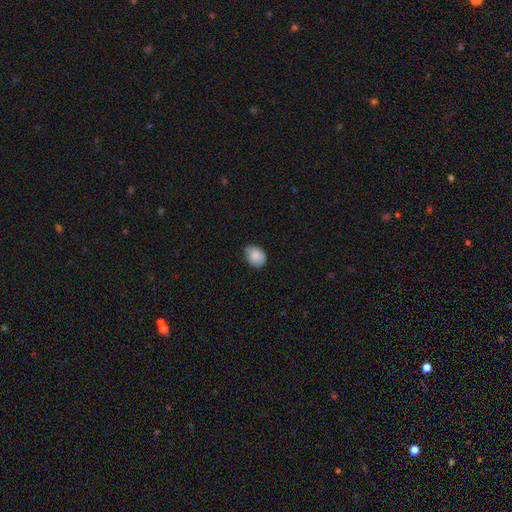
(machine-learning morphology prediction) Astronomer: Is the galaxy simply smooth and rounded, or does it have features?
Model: smooth — 85%.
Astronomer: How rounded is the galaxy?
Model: in between — 63%.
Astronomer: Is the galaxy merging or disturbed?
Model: none — 66%.